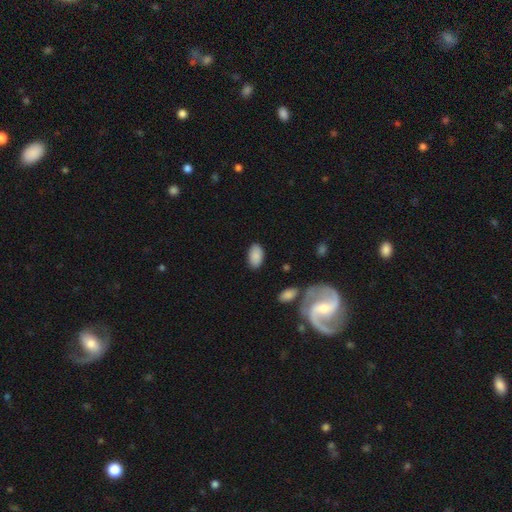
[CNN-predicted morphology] Q: Smooth or featured?
A: smooth (88%); runner-up: star or artifact (7%)
Q: How rounded?
A: in between (94%); runner-up: round (4%)
Q: Merging?
A: none (86%); runner-up: minor disturbance (10%)